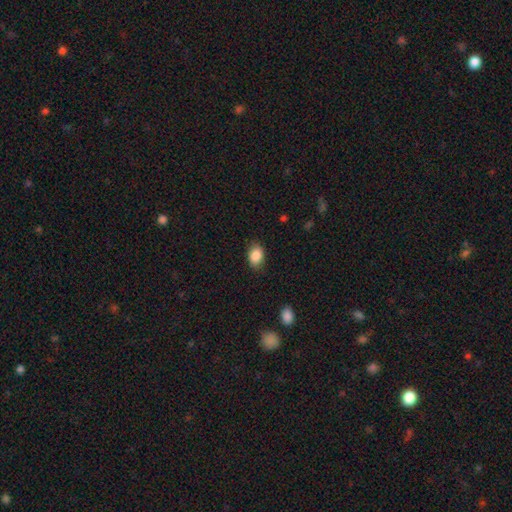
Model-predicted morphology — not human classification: The model was most divided on "how rounded": in between: 81%, round: 18%, cigar-shaped: 1%. More confident: smooth or featured — smooth (87%); merging — none (83%).